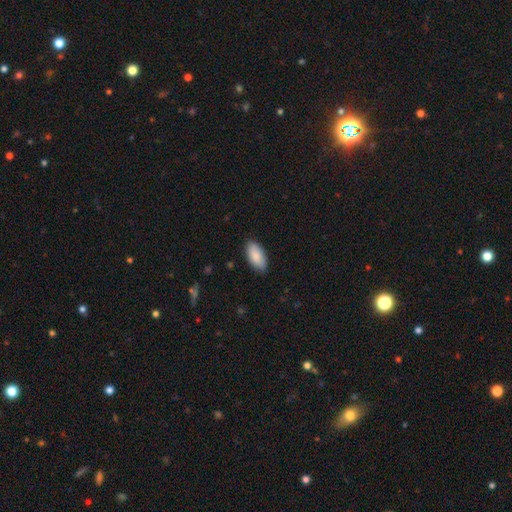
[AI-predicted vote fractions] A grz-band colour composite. It shows a smooth galaxy with no disk features (89%) that is in between round and cigar-shaped (93%). Merging: none (84%).